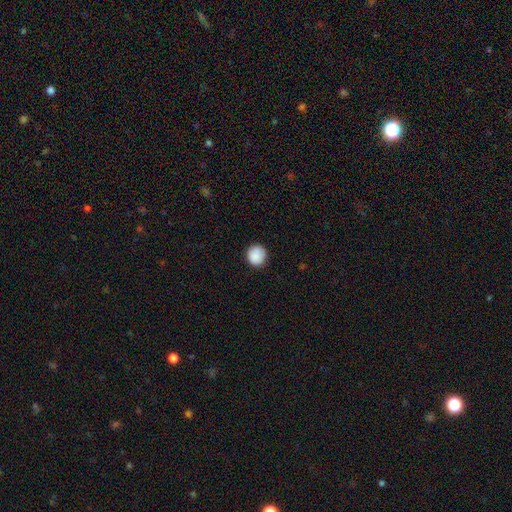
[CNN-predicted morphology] This is clearly a smooth galaxy (89%). How rounded: clearly round (92%). Merging: clearly none (87%).